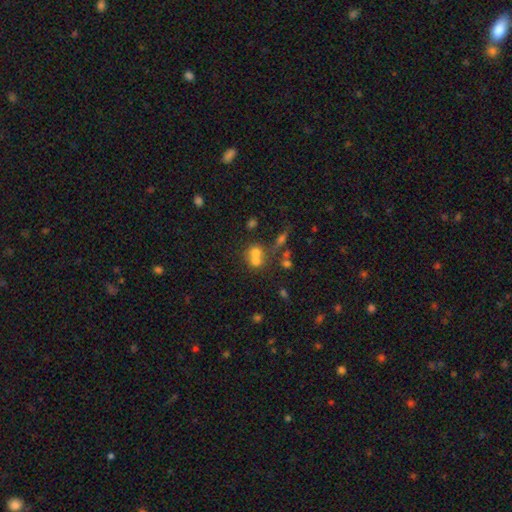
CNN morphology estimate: smooth_or_featured: smooth (p=0.63) [alt: featured or disk p=0.21]
how_rounded: round (p=0.78) [alt: in between p=0.21]
merging: merger (p=0.58) [alt: none p=0.32]